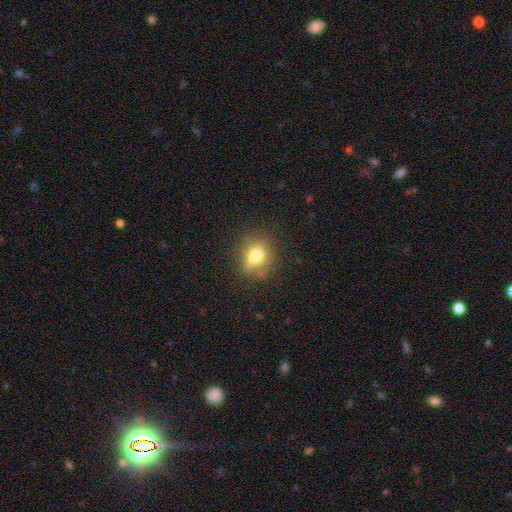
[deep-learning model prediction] Smooth or featured: smooth — 69% (featured or disk — 18%)
How rounded: round — 56% (in between — 40%)
Merging: none — 66% (minor disturbance — 21%)